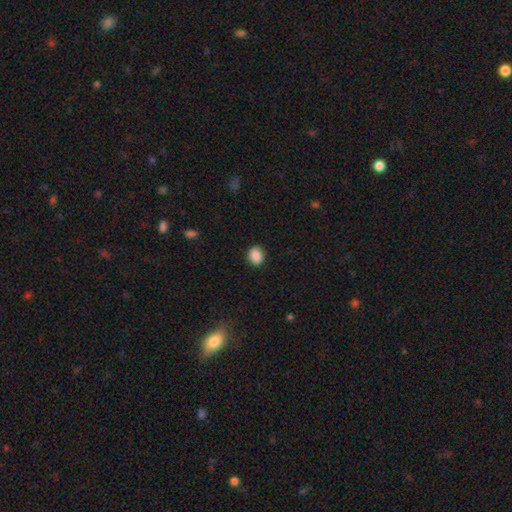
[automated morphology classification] type=smooth (88%); roundness=round (56%); merging=none (88%).